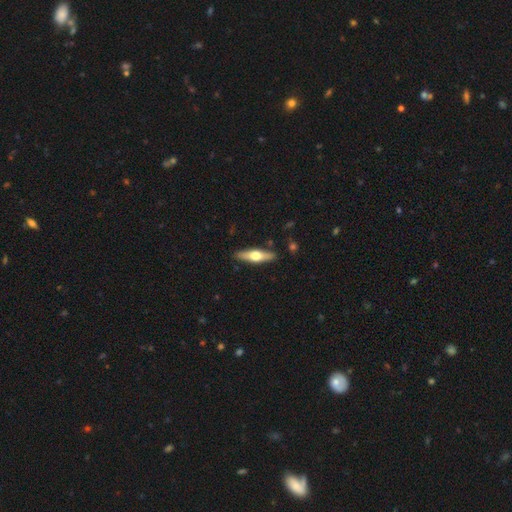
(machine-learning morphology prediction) featured or disk 56%, smooth 39%, star or artifact 5%. Down the decision tree: edge-on disk — yes (93%); edge-on bulge — rounded (95%); merging — none (89%).